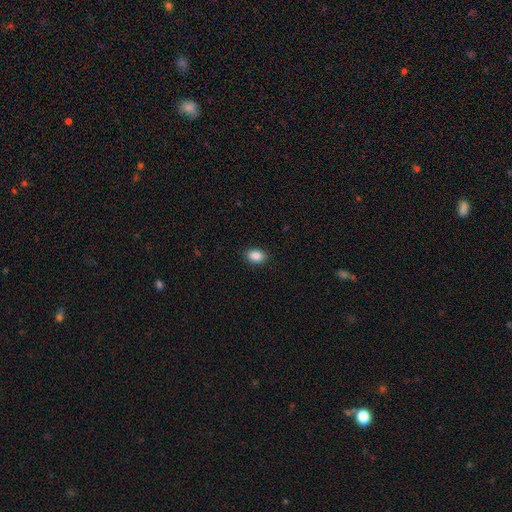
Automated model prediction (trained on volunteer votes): Overall: smooth (89%). How rounded: in between (80%). Merging: none (89%).